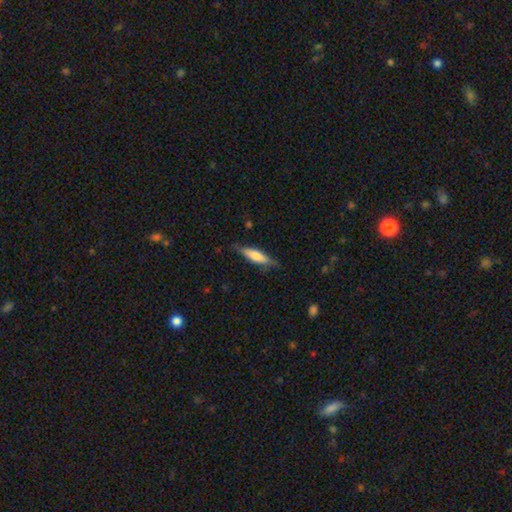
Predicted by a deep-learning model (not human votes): smooth 62%, featured or disk 32%, star or artifact 6%. Down the decision tree: how rounded — cigar-shaped (71%); merging — none (79%).